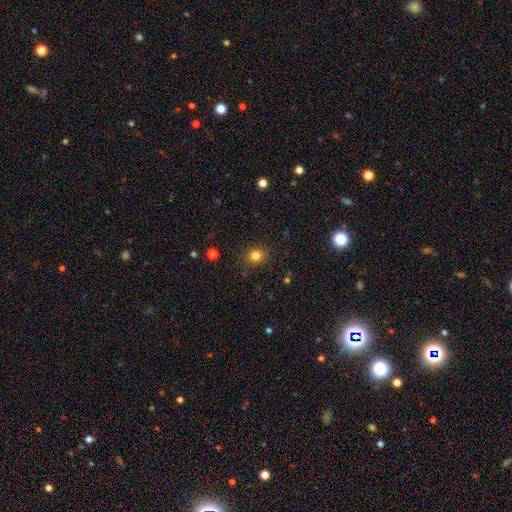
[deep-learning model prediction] smooth_or_featured: smooth (p=0.81) [alt: star or artifact p=0.13]
how_rounded: round (p=0.77) [alt: in between p=0.22]
merging: none (p=0.86) [alt: minor disturbance p=0.09]